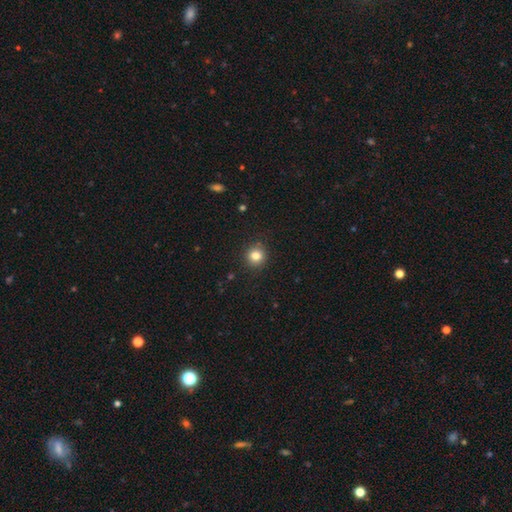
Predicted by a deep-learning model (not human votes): Morphology: type=smooth (82%); roundness=round (91%); merging=none (90%).